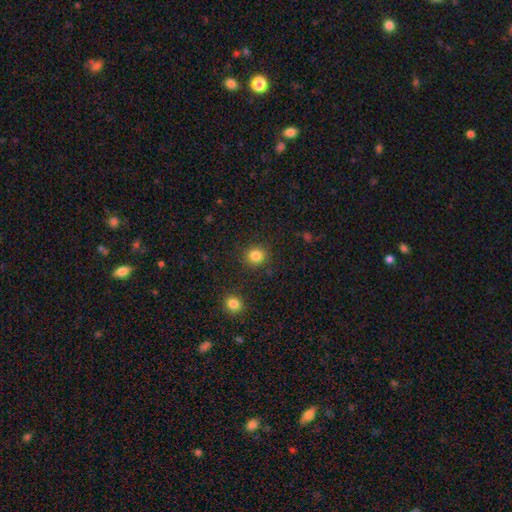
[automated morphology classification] smooth 84%, star or artifact 11%, featured or disk 4%. Down the decision tree: how rounded — round (88%); merging — none (88%).